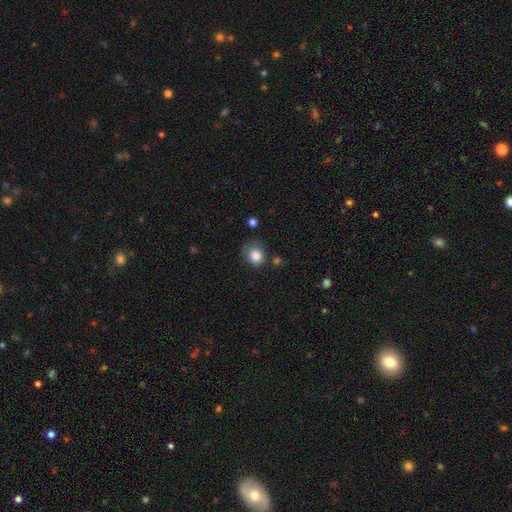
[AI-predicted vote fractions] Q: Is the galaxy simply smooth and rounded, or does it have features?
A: smooth — 83%.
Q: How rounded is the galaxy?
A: round — 71%.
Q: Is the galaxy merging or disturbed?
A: none — 61%.